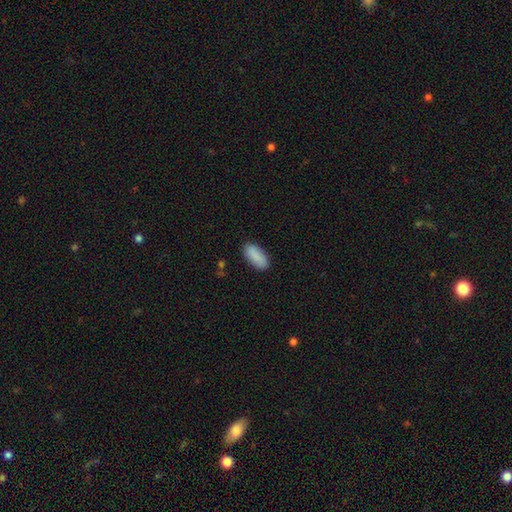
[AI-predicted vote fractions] Smooth or featured?
  - smooth: 89% *
  - star or artifact: 6%
  - featured or disk: 4%
How rounded?
  - in between: 86% *
  - cigar-shaped: 12%
  - round: 2%
Merging?
  - none: 86% *
  - minor disturbance: 10%
  - major disturbance: 2%
  - merger: 1%